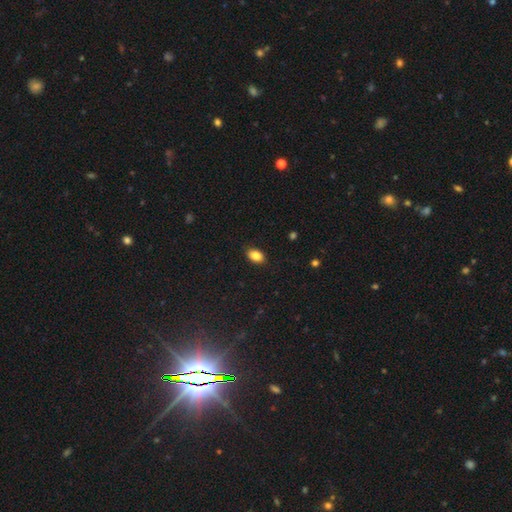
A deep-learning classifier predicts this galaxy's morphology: The model was most divided on "how rounded": in between: 86%, round: 12%, cigar-shaped: 1%. More confident: merging — none (87%); smooth or featured — smooth (86%).